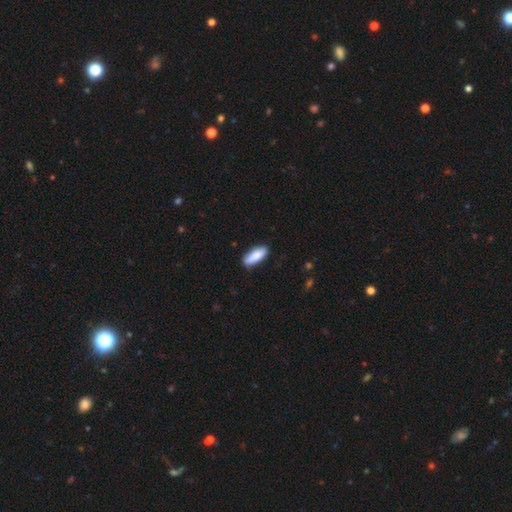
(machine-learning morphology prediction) A smooth galaxy with no disk features (86%) that is in between round and cigar-shaped (70%). Merging: none (84%).